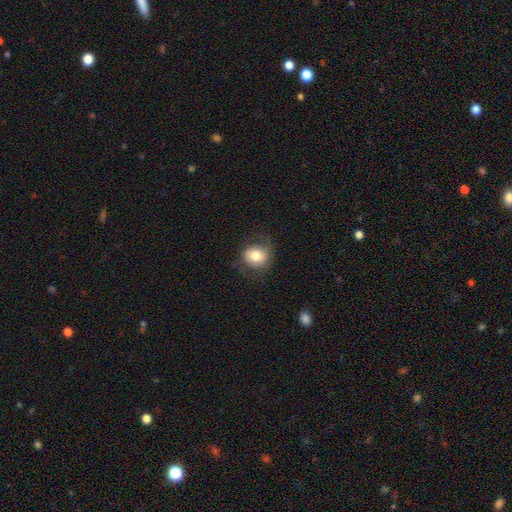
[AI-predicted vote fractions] Smooth or featured: smooth — 74% (featured or disk — 18%)
How rounded: round — 73% (in between — 26%)
Merging: none — 70% (minor disturbance — 19%)